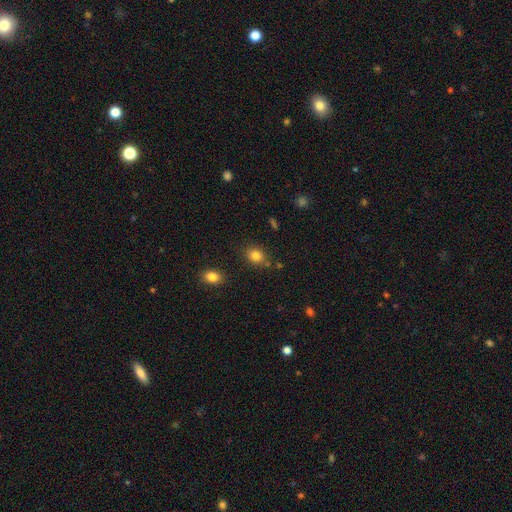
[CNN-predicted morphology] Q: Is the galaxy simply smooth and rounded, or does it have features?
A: smooth — 83%.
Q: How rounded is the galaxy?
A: round — 55%.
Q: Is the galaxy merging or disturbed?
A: none — 77%.